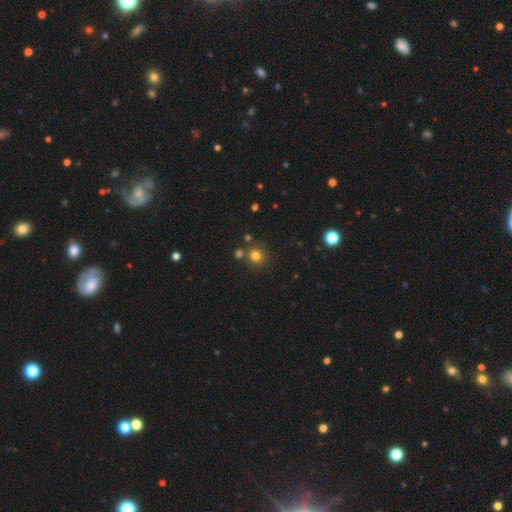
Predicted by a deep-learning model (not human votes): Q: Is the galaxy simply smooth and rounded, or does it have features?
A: smooth — 77%.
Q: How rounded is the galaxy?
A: round — 90%.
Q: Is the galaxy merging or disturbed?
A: none — 76%.